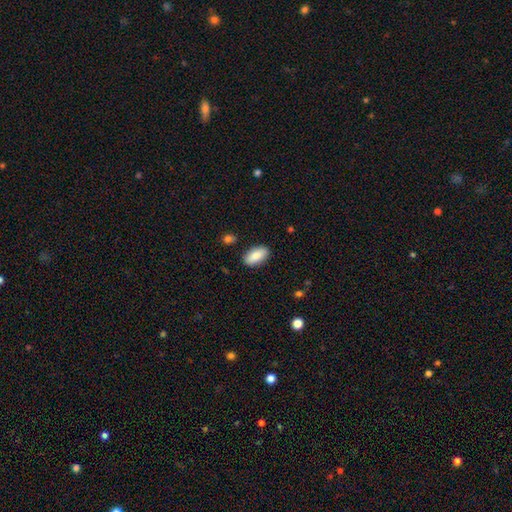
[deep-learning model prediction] Smooth or featured?
  - smooth: 86% *
  - featured or disk: 7%
  - star or artifact: 6%
How rounded?
  - in between: 92% *
  - cigar-shaped: 6%
  - round: 3%
Merging?
  - none: 88% *
  - minor disturbance: 9%
  - major disturbance: 2%
  - merger: 2%